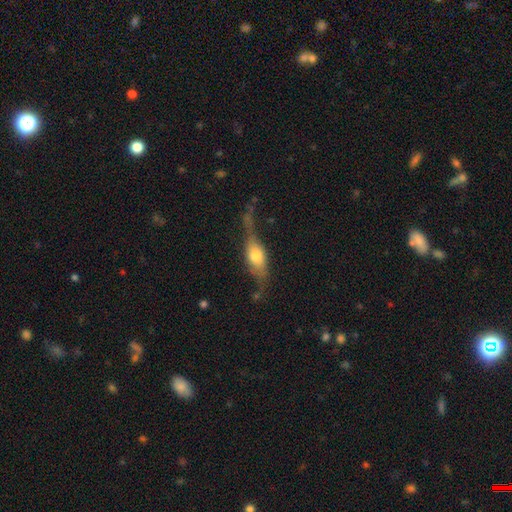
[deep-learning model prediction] The model was most divided on "smooth or featured": featured or disk: 47%, smooth: 46%, star or artifact: 7%. Remaining: merging — none (40%).